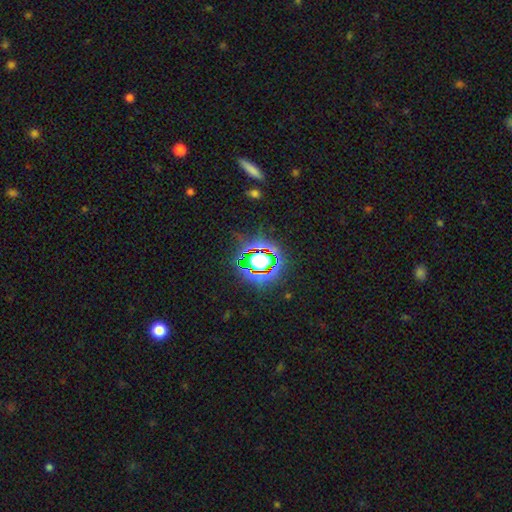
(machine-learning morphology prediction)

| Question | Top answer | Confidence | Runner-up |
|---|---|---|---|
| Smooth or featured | star or artifact | 79% | smooth (13%) |